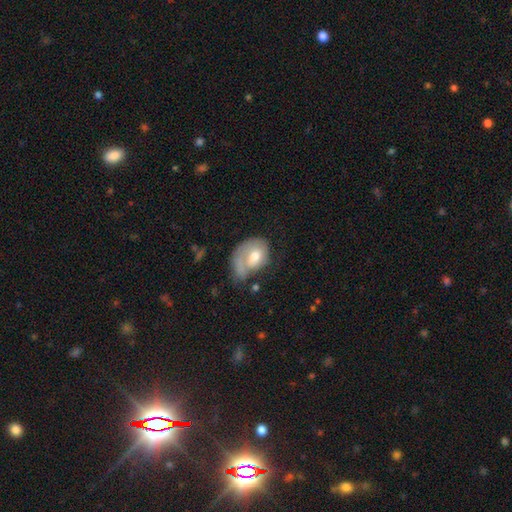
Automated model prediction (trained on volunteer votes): This appears to be a featured or disk galaxy (48%). Merging: major disturbance (37%).